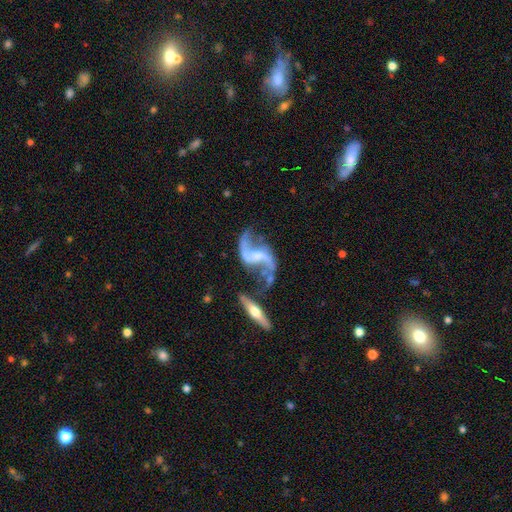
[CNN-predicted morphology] This appears to be a featured or disk galaxy (90%) with a weak bar (41%), 2 (93%) loose (84%) spiral arms (95%) and no central bulge (45%). Merging: none (53%).